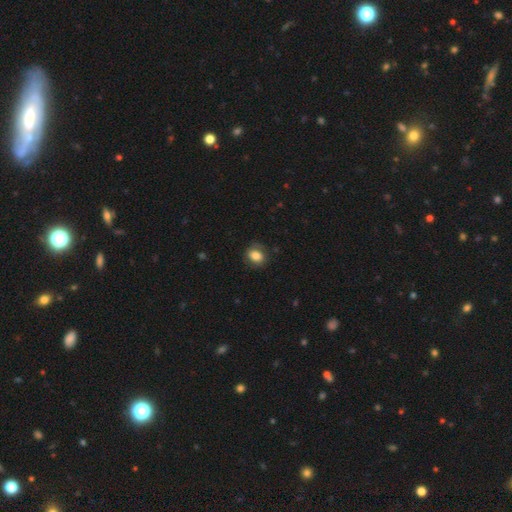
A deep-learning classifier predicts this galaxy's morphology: Overall: smooth (80%). How rounded: in between (52%; round 47%). Merging: none (74%).